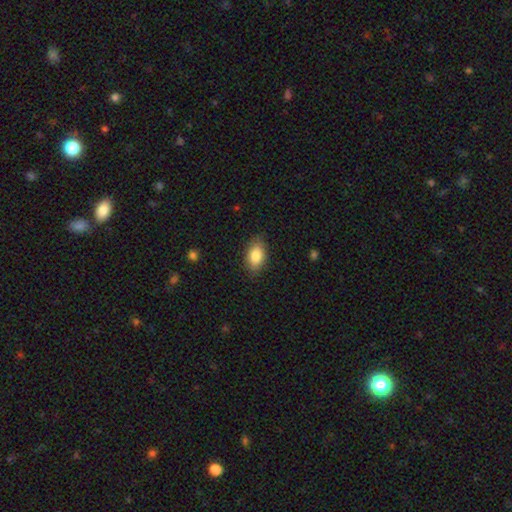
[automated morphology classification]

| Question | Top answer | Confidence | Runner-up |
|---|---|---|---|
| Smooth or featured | smooth | 85% | featured or disk (8%) |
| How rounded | in between | 90% | round (7%) |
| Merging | none | 84% | minor disturbance (12%) |